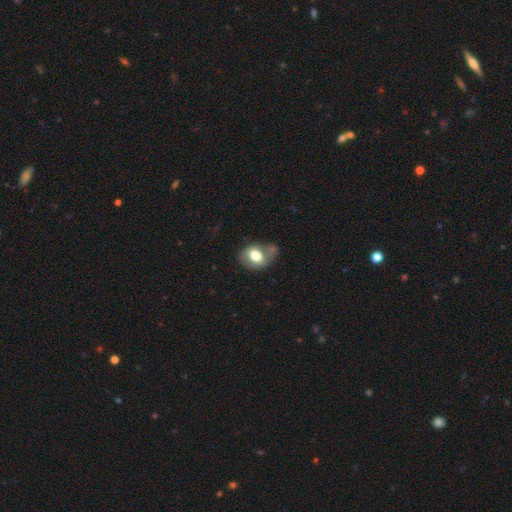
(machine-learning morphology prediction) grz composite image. It shows a smooth galaxy with no disk features (64%) that is in between round and cigar-shaped (63%). Merging: none (41%).